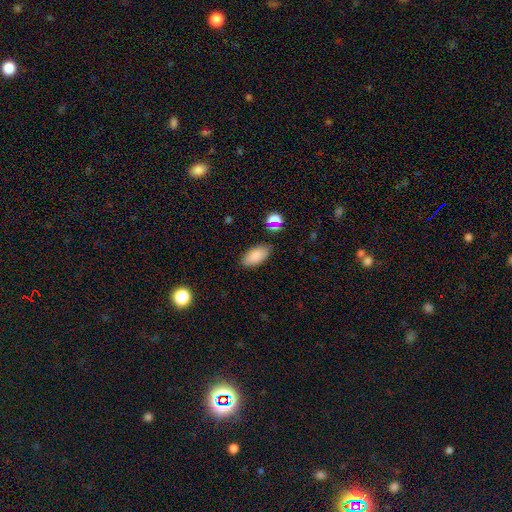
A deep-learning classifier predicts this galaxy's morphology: The model was most divided on "merging": none: 84%, minor disturbance: 11%, major disturbance: 3%, merger: 2%. More confident: how rounded — in between (92%); smooth or featured — smooth (85%).